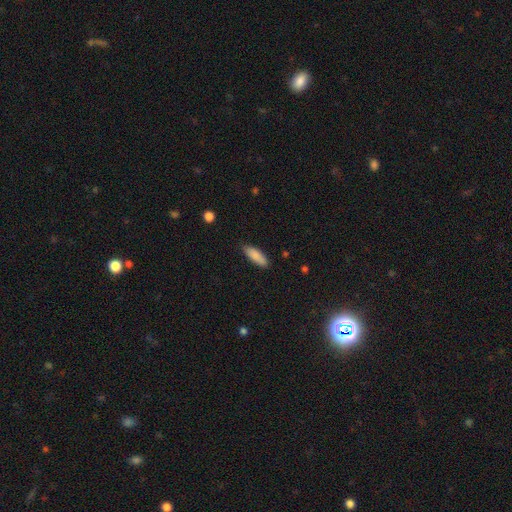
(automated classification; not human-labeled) This appears to be a smooth galaxy with no disk features (87%) that is in between round and cigar-shaped (60%). Merging: none (84%).